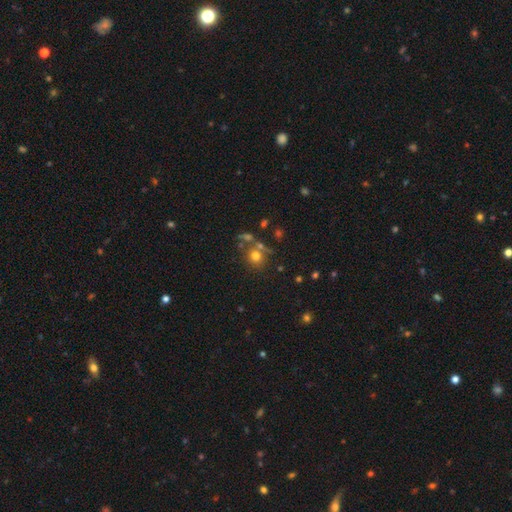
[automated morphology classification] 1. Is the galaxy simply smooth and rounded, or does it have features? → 71% smooth, 16% star or artifact, 13% featured or disk.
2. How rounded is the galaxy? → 83% round, 16% in between, 1% cigar-shaped.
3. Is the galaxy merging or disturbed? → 58% none, 23% merger, 12% minor disturbance, 7% major disturbance.